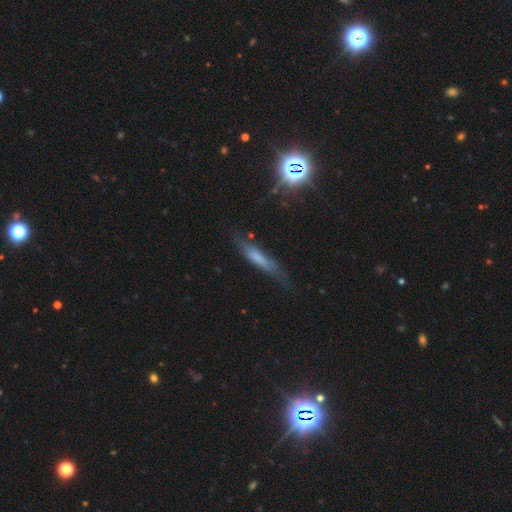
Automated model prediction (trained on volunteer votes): smooth-or-featured: smooth: 42% | featured or disk: 40% | star or artifact: 18%
  merging: none: 65% | minor disturbance: 23% | major disturbance: 9% | merger: 3%